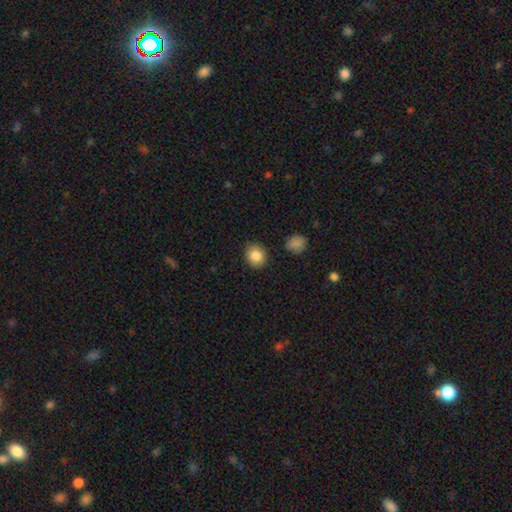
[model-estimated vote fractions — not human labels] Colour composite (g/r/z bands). It shows a smooth galaxy with no disk features (85%) that is round (66%). Merging: none (87%).